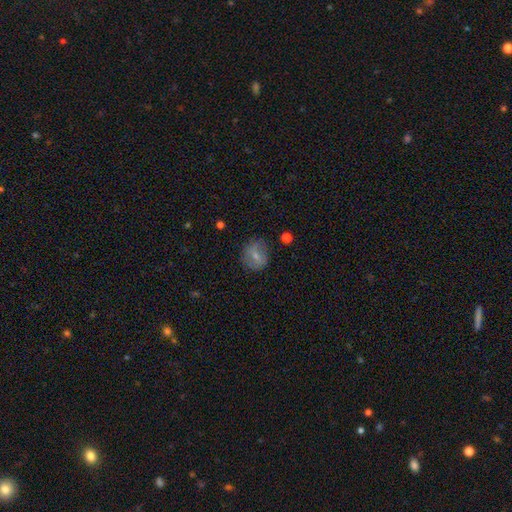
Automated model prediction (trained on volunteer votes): A smooth galaxy with no disk features (63%) that is round (69%). Merging: none (74%).